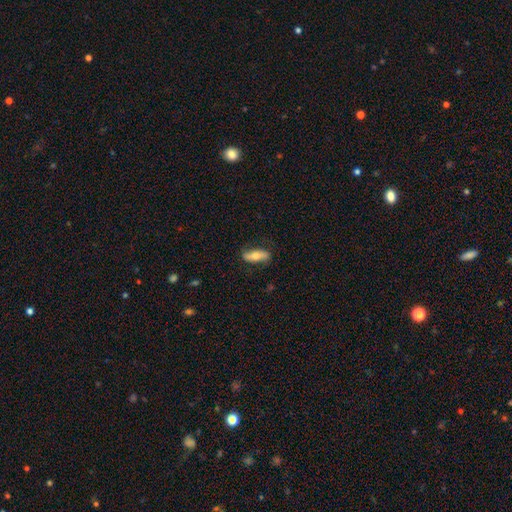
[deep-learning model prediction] Smooth or featured?
  - smooth: 61% *
  - featured or disk: 33%
  - star or artifact: 6%
How rounded?
  - in between: 60% *
  - cigar-shaped: 37%
  - round: 3%
Merging?
  - none: 81% *
  - minor disturbance: 15%
  - major disturbance: 3%
  - merger: 1%